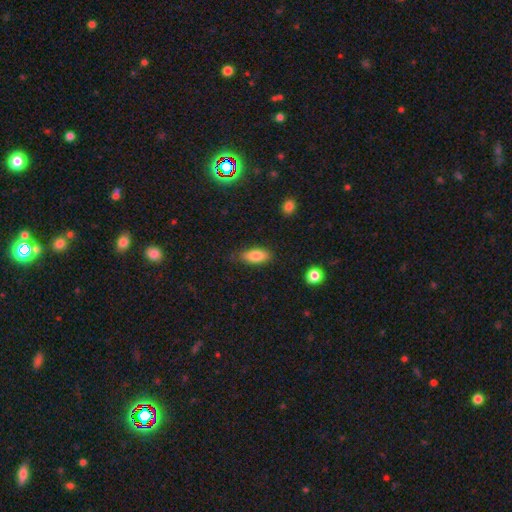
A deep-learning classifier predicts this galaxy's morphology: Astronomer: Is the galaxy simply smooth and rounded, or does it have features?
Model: smooth — 82%.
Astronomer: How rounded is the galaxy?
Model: in between — 83%.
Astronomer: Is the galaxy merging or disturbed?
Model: none — 79%.